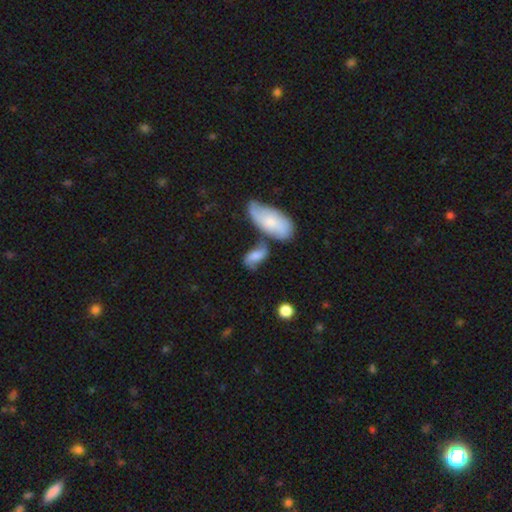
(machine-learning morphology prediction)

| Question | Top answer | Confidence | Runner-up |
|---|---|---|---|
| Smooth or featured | smooth | 55% | featured or disk (36%) |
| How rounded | in between | 86% | round (8%) |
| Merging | none | 40% | merger (26%) |